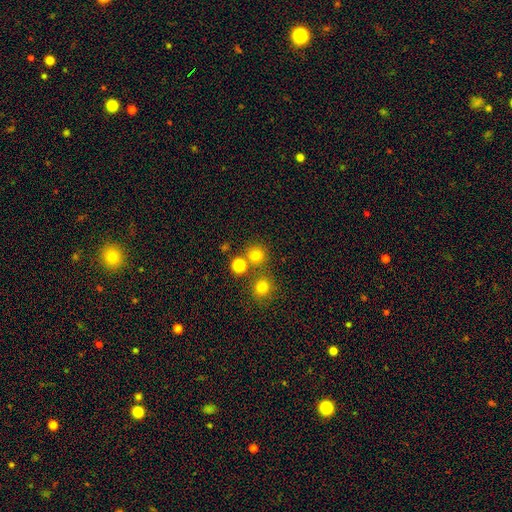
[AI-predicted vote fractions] A smooth galaxy with no disk features (77%) that is round (91%).

Vote fractions:
- Smooth or featured? smooth: 77% / star or artifact: 17% / featured or disk: 6%
- How rounded? round: 91% / in between: 8% / cigar-shaped: 1%
- Merging? none: 73% / merger: 16% / minor disturbance: 7% / major disturbance: 3%